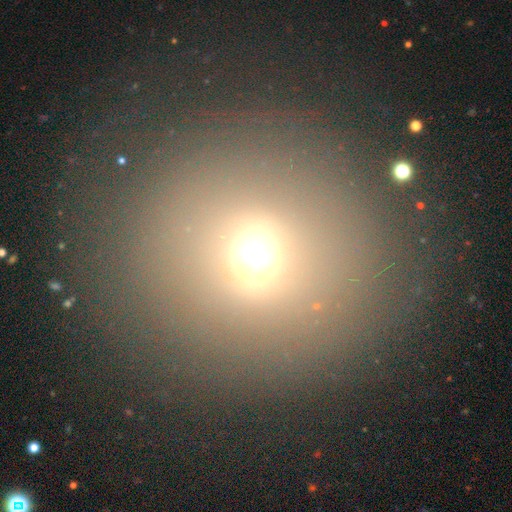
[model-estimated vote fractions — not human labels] Q: Smooth or featured?
A: smooth (61%); runner-up: star or artifact (25%)
Q: How rounded?
A: round (90%); runner-up: in between (9%)
Q: Merging?
A: none (85%); runner-up: minor disturbance (8%)